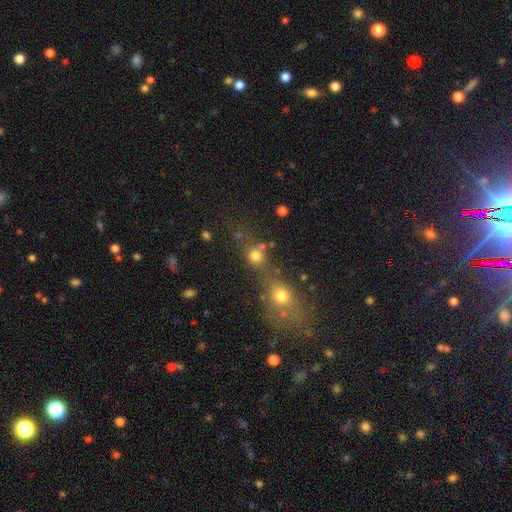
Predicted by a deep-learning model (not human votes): smooth-or-featured: smooth: 75% | star or artifact: 16% | featured or disk: 9%
  how-rounded: round: 81% | in between: 17% | cigar-shaped: 2%
  merging: none: 46% | merger: 39% | minor disturbance: 9% | major disturbance: 6%